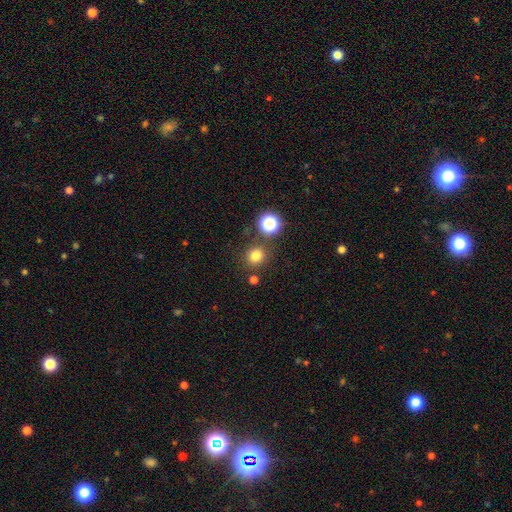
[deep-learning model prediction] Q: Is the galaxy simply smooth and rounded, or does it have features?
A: smooth — 77%.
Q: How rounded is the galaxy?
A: round — 89%.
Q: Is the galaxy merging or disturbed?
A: none — 82%.